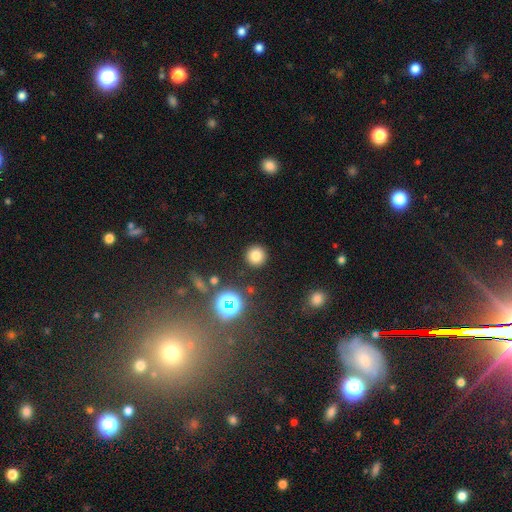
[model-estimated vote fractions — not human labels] The model was most divided on "smooth or featured": smooth: 77%, star or artifact: 16%, featured or disk: 7%. More confident: how rounded — round (94%); merging — none (90%).